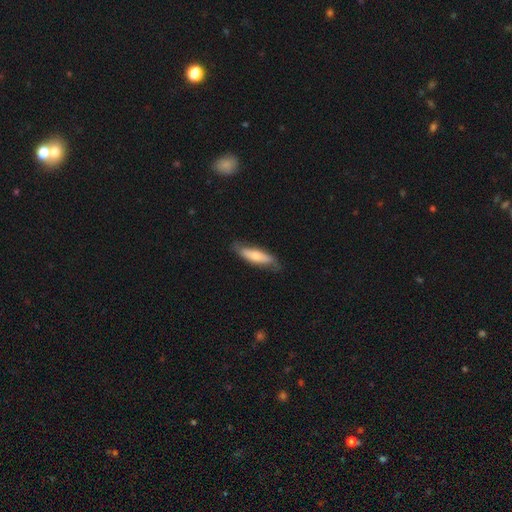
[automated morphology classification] Overall: smooth (60%; featured or disk 34%). How rounded: cigar-shaped (58%; in between 40%). Merging: none (72%).